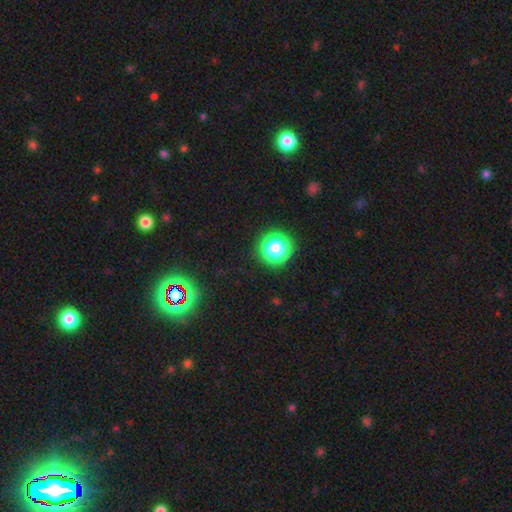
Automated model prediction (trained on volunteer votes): A star or artifact, not a galaxy (66%).

Vote fractions:
- Smooth or featured? star or artifact: 66% / smooth: 24% / featured or disk: 10%